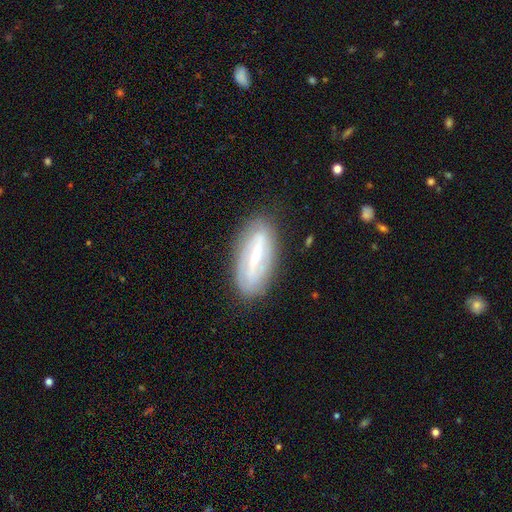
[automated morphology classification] Smooth or featured? featured or disk (73%)
Edge-on disk? no (78%)
Bar? strong (70%)
Spiral arms? yes (64%)
Bulge size? small (49%)
Merging? none (82%)